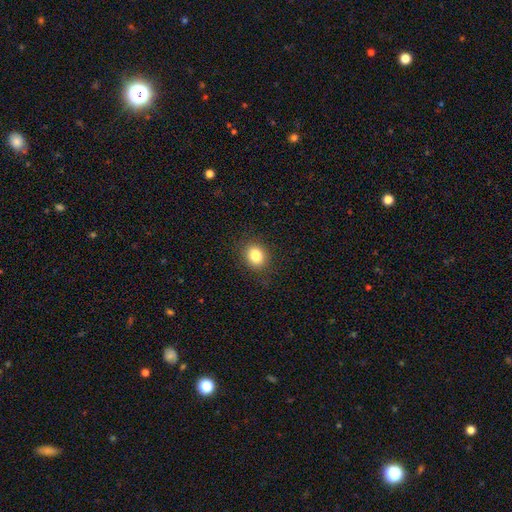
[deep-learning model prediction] smooth-or-featured: smooth: 84% | star or artifact: 10% | featured or disk: 6%
  how-rounded: round: 56% | in between: 43% | cigar-shaped: 1%
  merging: none: 88% | minor disturbance: 8% | major disturbance: 3% | merger: 1%